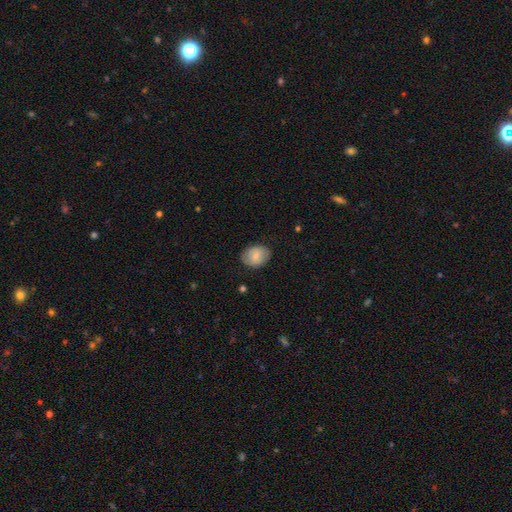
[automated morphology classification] Smooth or featured? smooth (65%)
How rounded? in between (64%)
Merging? none (78%)